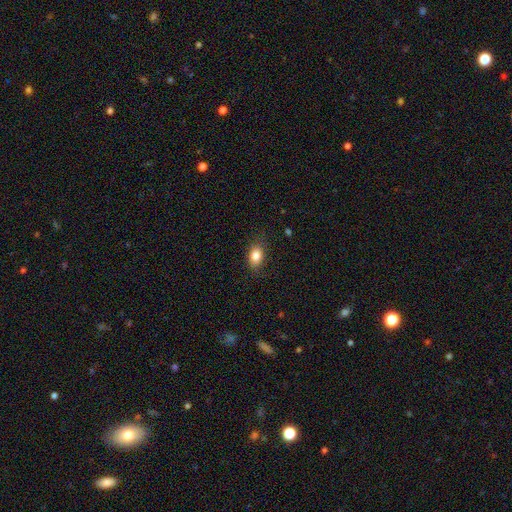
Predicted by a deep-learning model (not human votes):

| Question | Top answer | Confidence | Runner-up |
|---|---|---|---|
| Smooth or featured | smooth | 83% | star or artifact (9%) |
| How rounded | in between | 77% | round (21%) |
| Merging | none | 80% | minor disturbance (15%) |